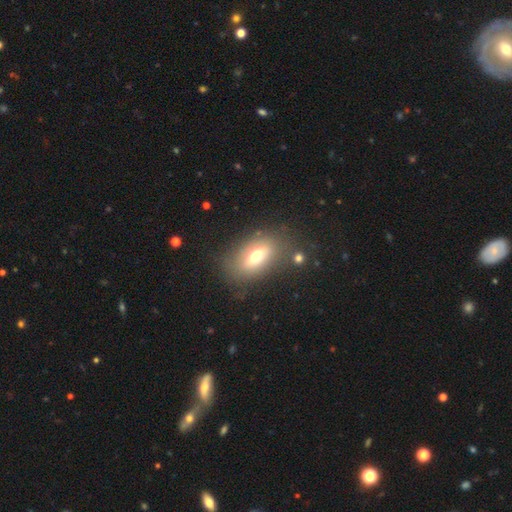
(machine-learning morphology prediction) smooth-or-featured: smooth: 61% | featured or disk: 29% | star or artifact: 10%
  how-rounded: in between: 85% | round: 10% | cigar-shaped: 5%
  merging: none: 73% | minor disturbance: 15% | major disturbance: 7% | merger: 5%